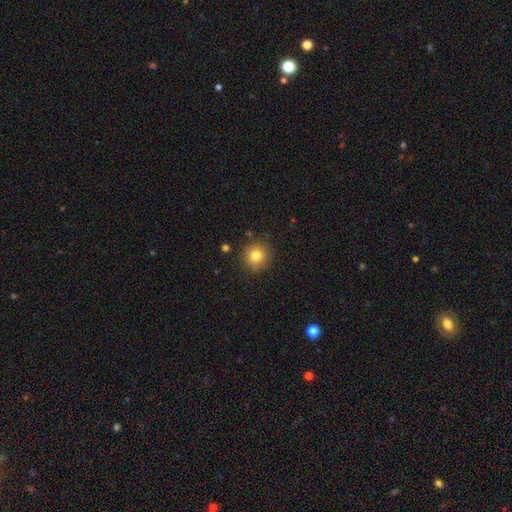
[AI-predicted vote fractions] A smooth galaxy with no disk features (80%) that is round (92%).

Vote fractions:
- Smooth or featured? smooth: 80% / star or artifact: 12% / featured or disk: 9%
- How rounded? round: 92% / in between: 7% / cigar-shaped: 1%
- Merging? none: 86% / minor disturbance: 9% / major disturbance: 2% / merger: 2%